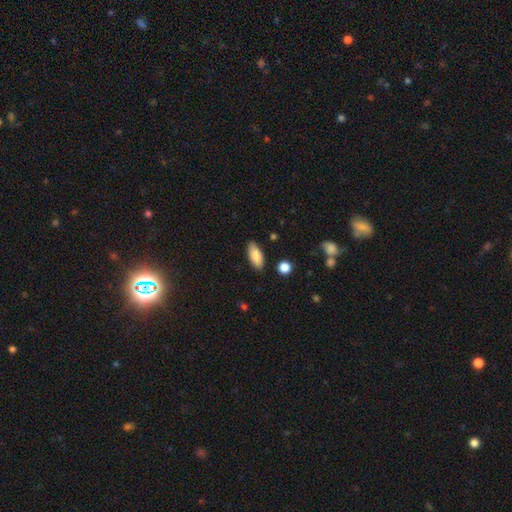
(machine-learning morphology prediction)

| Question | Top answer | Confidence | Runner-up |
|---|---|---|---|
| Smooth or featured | smooth | 86% | featured or disk (7%) |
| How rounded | in between | 82% | cigar-shaped (15%) |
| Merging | none | 85% | minor disturbance (11%) |